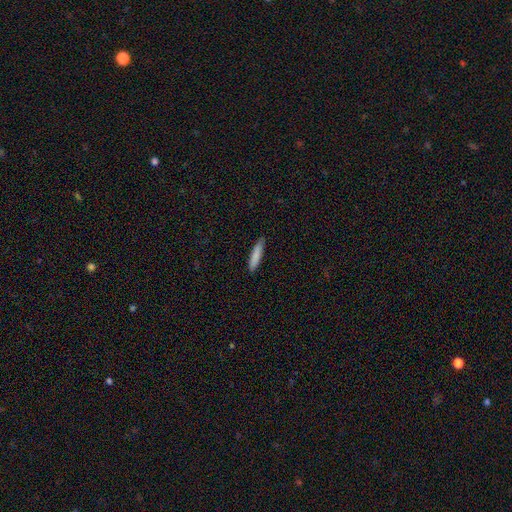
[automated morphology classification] Smooth or featured: smooth — 83% (featured or disk — 11%)
How rounded: cigar-shaped — 86% (in between — 13%)
Merging: none — 87% (minor disturbance — 10%)